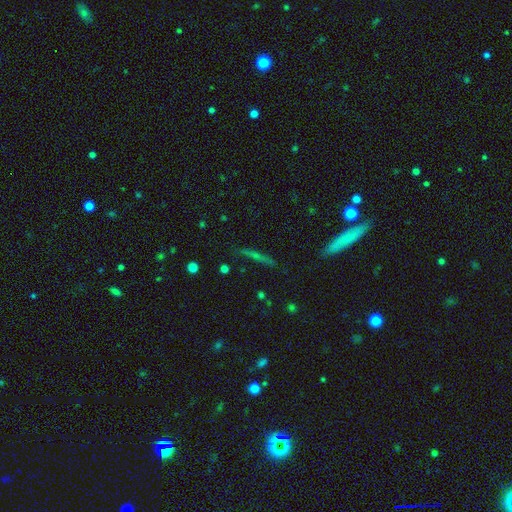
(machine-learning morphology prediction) This is marginally a featured or disk galaxy (44%). Merging: clearly none (83%).